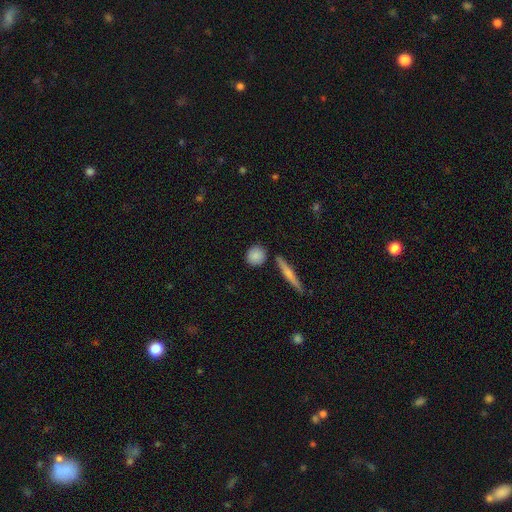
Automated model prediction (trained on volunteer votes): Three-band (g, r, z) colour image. It shows a smooth galaxy with no disk features (84%) that is round (81%). Merging: none (82%).